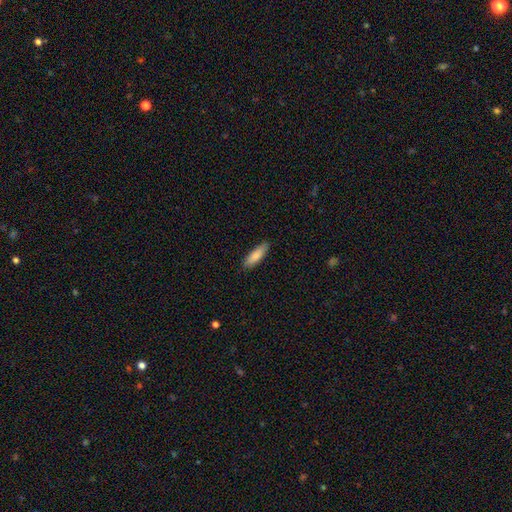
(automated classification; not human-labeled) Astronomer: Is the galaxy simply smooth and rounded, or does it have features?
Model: smooth — 84%.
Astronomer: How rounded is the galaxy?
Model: cigar-shaped — 51% (runner-up: in between, 47%).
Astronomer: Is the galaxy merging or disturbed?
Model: none — 85%.